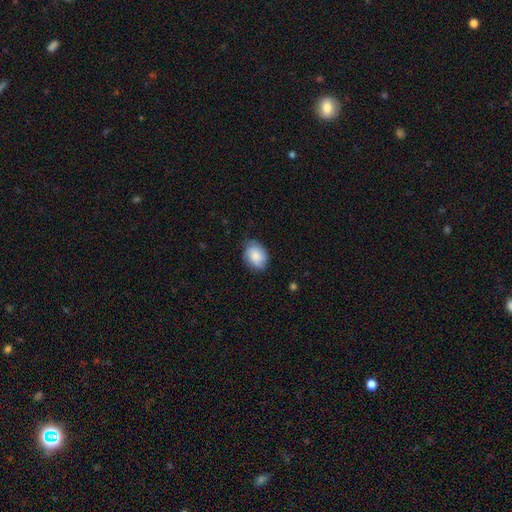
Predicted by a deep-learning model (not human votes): Smooth or featured?
  - smooth: 79% *
  - featured or disk: 14%
  - star or artifact: 7%
How rounded?
  - in between: 73% *
  - round: 26%
  - cigar-shaped: 1%
Merging?
  - none: 74% *
  - minor disturbance: 21%
  - major disturbance: 4%
  - merger: 1%